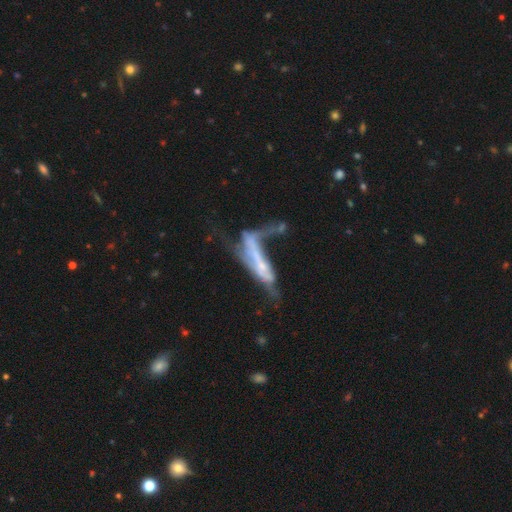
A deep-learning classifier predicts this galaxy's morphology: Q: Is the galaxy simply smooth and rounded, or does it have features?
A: featured or disk — 62%.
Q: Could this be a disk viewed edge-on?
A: no — 63%.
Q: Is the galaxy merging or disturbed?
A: major disturbance — 39%.